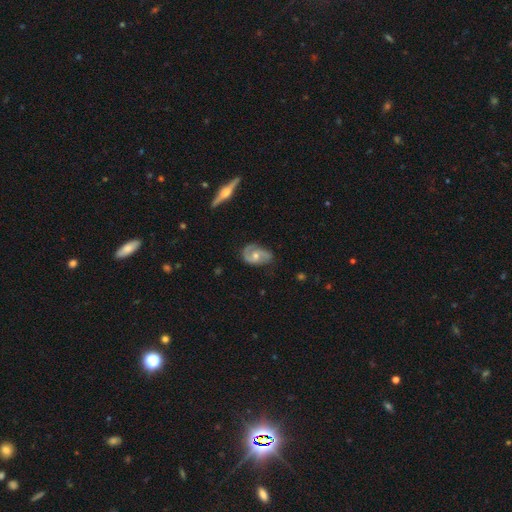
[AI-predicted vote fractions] This appears to be a featured or disk galaxy (69%) with no bar (63%), 2 (75%) medium (43%) spiral arms (84%) and a moderate central bulge (67%). Merging: none (59%).